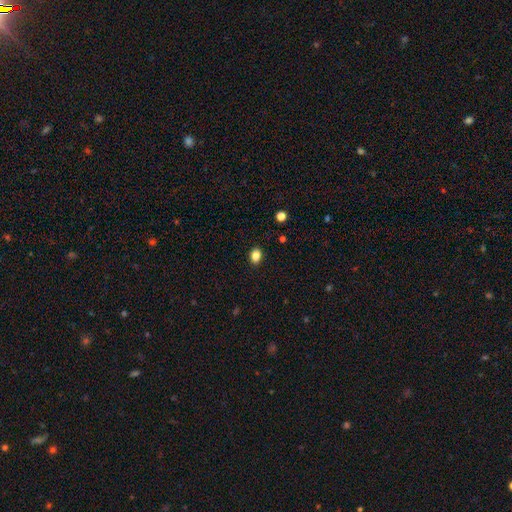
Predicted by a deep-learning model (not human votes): Morphology: type=smooth (86%); roundness=in between (62%); merging=none (90%).